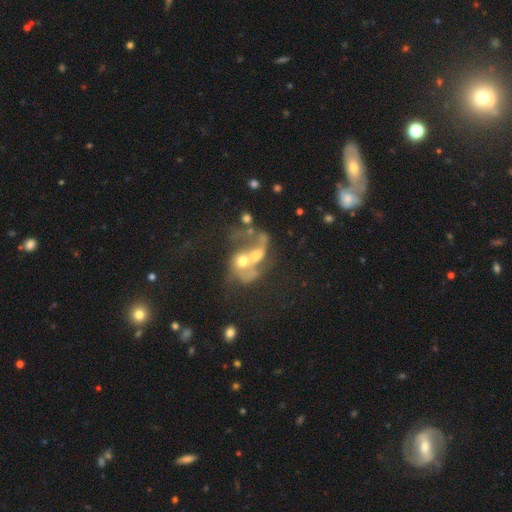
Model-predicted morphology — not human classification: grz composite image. It shows a featured or disk galaxy (57%) with no bar (76%), no spiral arms (55%) and a moderate central bulge (53%). Merging: merger (73%).